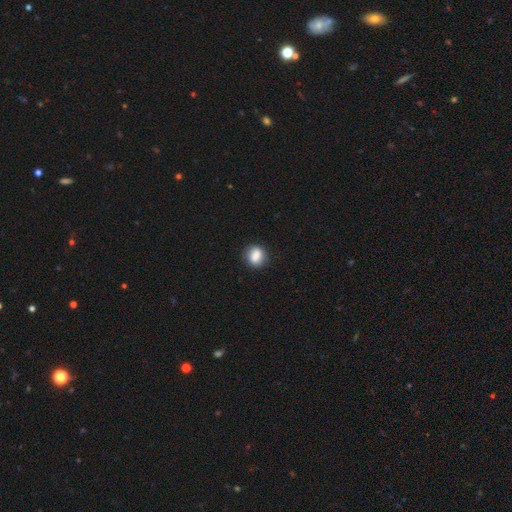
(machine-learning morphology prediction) smooth 85%, star or artifact 8%, featured or disk 7%. Down the decision tree: how rounded — round (60%); merging — none (85%).